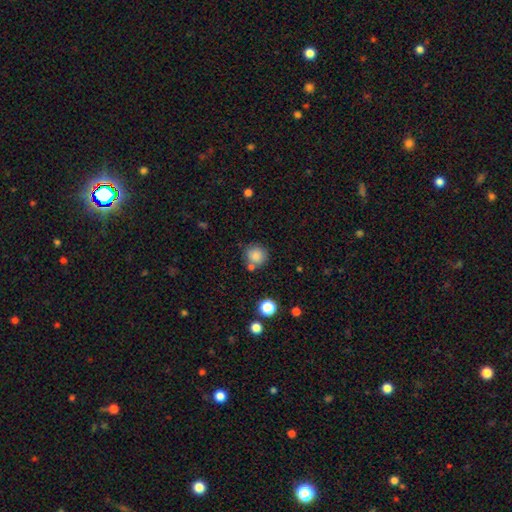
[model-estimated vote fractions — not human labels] A smooth galaxy with no disk features (84%) that is round (91%). Merging: none (72%).